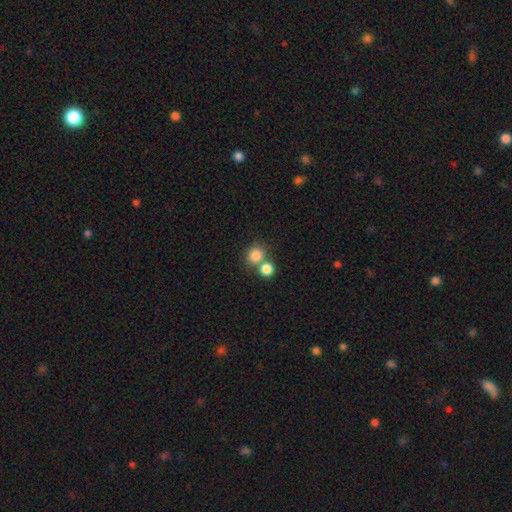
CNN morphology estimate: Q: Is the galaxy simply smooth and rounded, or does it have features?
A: smooth — 82%.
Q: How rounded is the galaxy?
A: round — 85%.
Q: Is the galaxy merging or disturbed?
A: none — 52%.